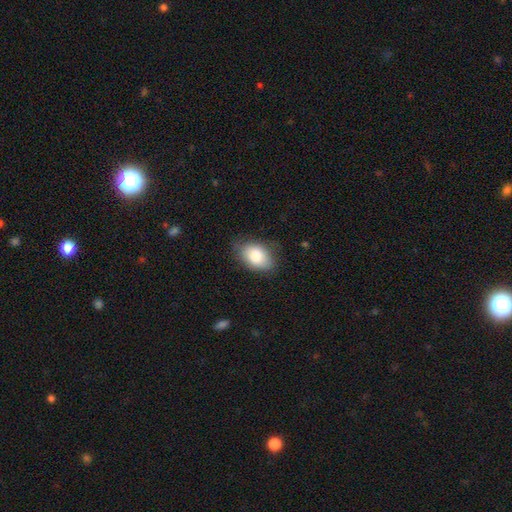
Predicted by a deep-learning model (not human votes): Smooth or featured?
  - smooth: 84% *
  - featured or disk: 9%
  - star or artifact: 7%
How rounded?
  - in between: 86% *
  - round: 13%
  - cigar-shaped: 1%
Merging?
  - none: 73% *
  - minor disturbance: 21%
  - major disturbance: 5%
  - merger: 1%